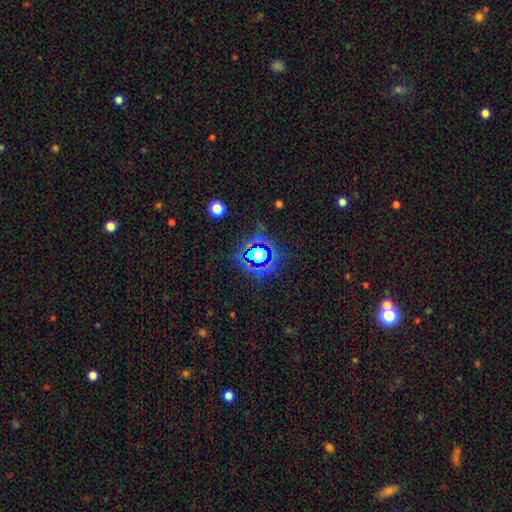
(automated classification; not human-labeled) smooth-or-featured: star or artifact: 78% | smooth: 14% | featured or disk: 7%